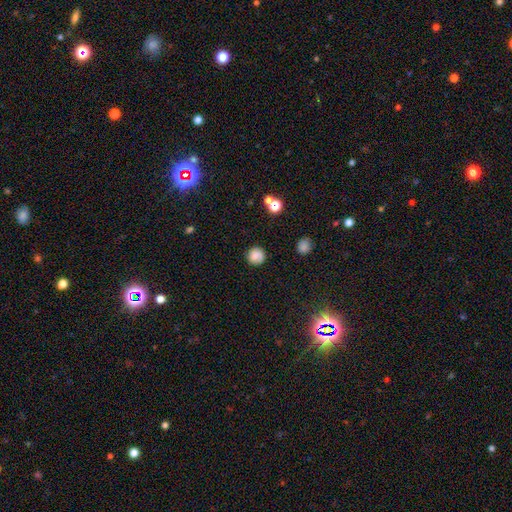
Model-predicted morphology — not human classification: Smooth or featured? Predicted: smooth (p=0.76). How rounded? Predicted: round (p=0.91). Merging? Predicted: none (p=0.81).